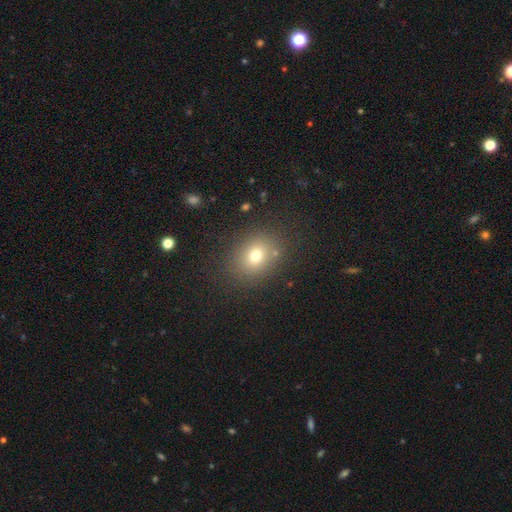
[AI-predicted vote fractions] A smooth galaxy with no disk features (71%) that is round (60%).

Vote fractions:
- Smooth or featured? smooth: 71% / star or artifact: 17% / featured or disk: 12%
- How rounded? round: 60% / in between: 39% / cigar-shaped: 1%
- Merging? none: 82% / minor disturbance: 10% / major disturbance: 5% / merger: 3%